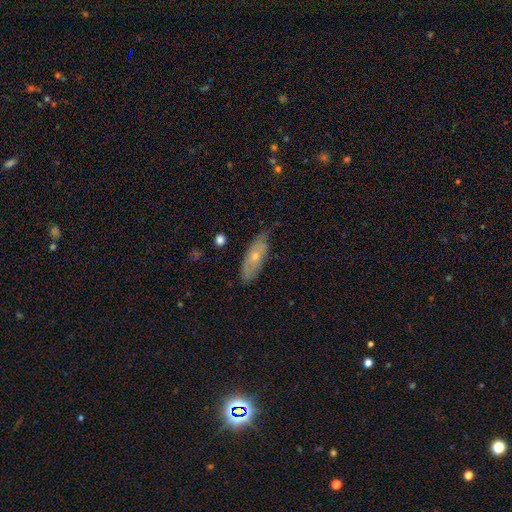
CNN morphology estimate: The model was most divided on "smooth or featured": featured or disk: 49%, smooth: 43%, star or artifact: 8%. More confident: merging — none (70%).